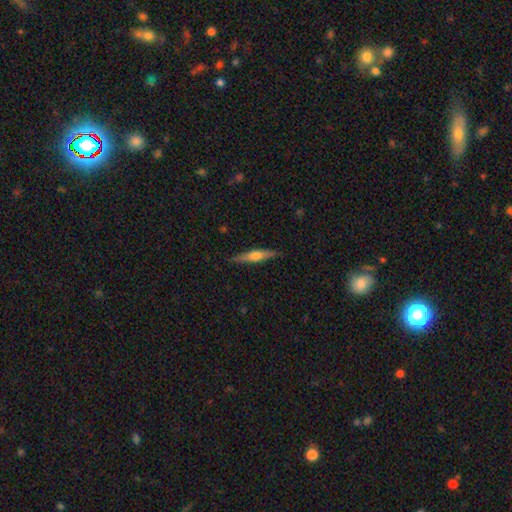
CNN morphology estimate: This appears to be a featured or disk galaxy (50%) viewed edge-on (93%). Merging: none (87%).